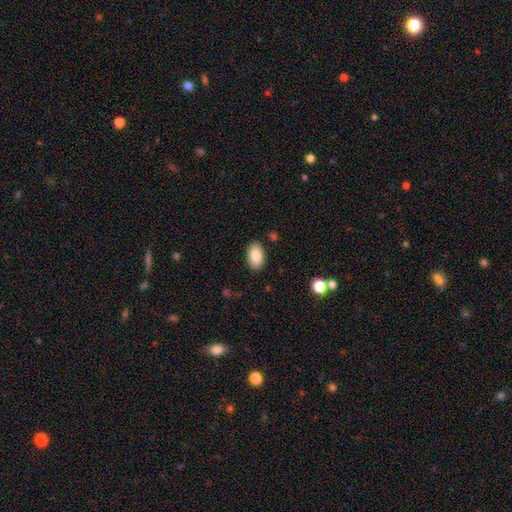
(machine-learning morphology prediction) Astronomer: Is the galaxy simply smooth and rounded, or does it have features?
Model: smooth — 84%.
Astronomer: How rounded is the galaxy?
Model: in between — 91%.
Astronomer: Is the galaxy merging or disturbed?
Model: none — 88%.